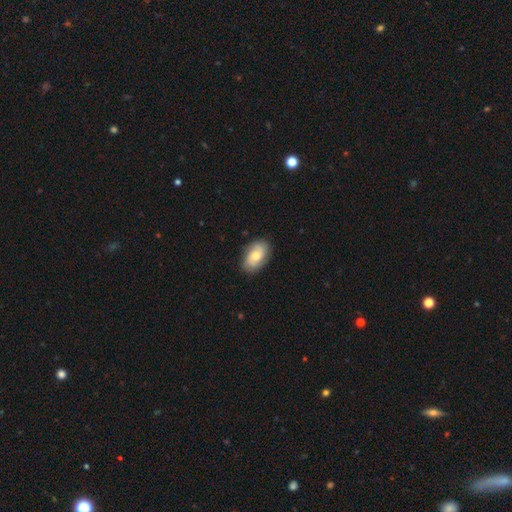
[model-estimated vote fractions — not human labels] This appears to be a featured or disk galaxy (55%) with no bar (73%), spiral arms (88%) and a moderate central bulge (63%). Merging: none (80%).